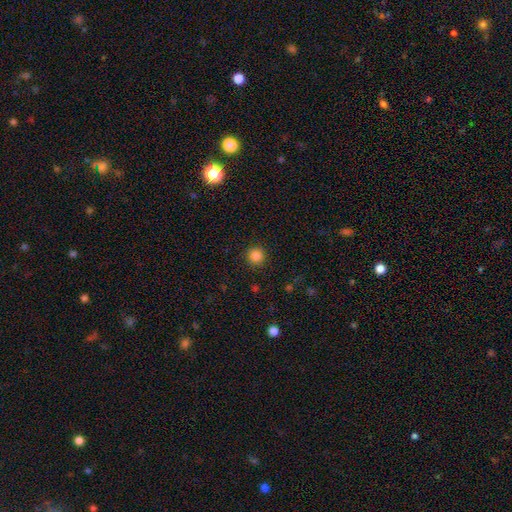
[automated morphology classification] Q: Smooth or featured?
A: smooth (86%); runner-up: star or artifact (11%)
Q: How rounded?
A: round (95%); runner-up: in between (4%)
Q: Merging?
A: none (91%); runner-up: minor disturbance (5%)